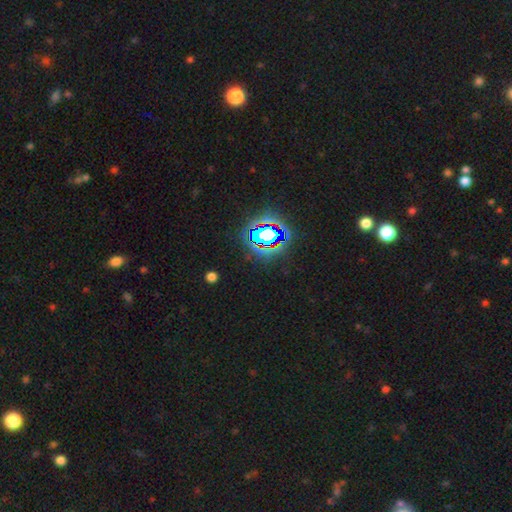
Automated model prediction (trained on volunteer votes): Overall: star or artifact (78%).